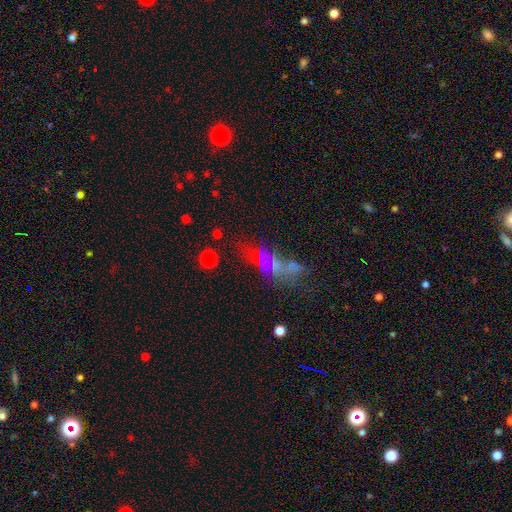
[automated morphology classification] This appears to be a featured or disk galaxy (38%). Merging: none (40%).